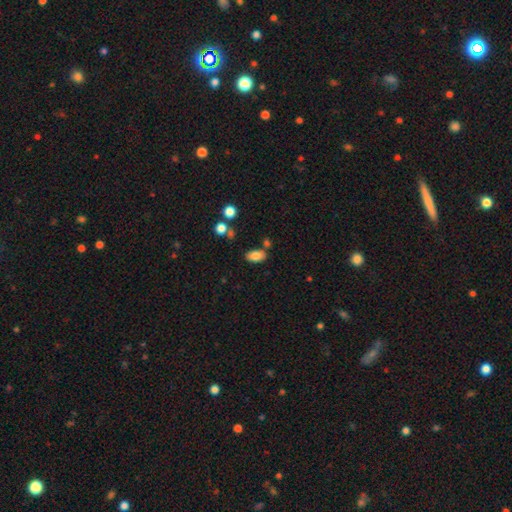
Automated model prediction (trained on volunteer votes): smooth-or-featured: smooth: 83% | star or artifact: 9% | featured or disk: 8%
  how-rounded: in between: 92% | round: 6% | cigar-shaped: 2%
  merging: none: 73% | minor disturbance: 13% | merger: 10% | major disturbance: 4%